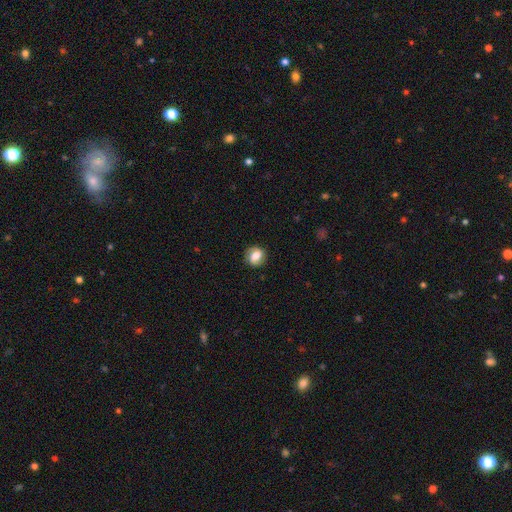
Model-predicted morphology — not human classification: Q: Smooth or featured?
A: smooth (59%); runner-up: featured or disk (32%)
Q: How rounded?
A: round (71%); runner-up: in between (28%)
Q: Merging?
A: none (84%); runner-up: minor disturbance (12%)